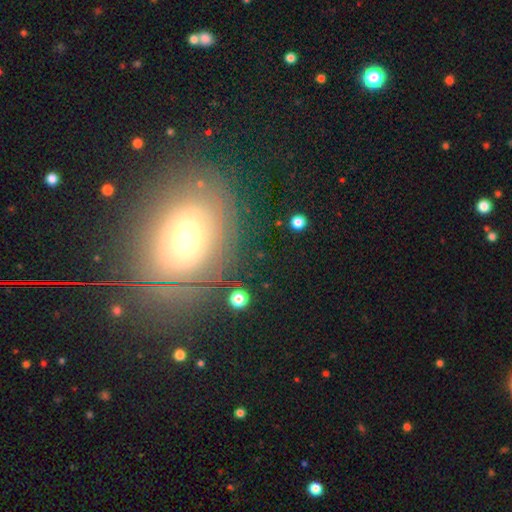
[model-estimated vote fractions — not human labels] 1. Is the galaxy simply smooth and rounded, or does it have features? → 47% featured or disk, 33% smooth, 19% star or artifact.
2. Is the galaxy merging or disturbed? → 79% none, 13% minor disturbance, 6% major disturbance, 2% merger.